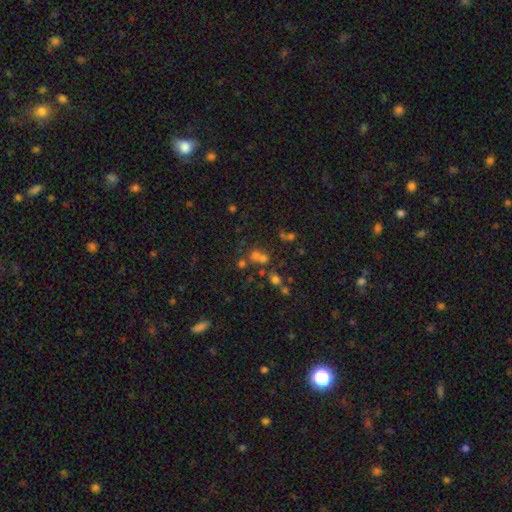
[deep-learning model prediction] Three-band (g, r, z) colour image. It shows a smooth galaxy with no disk features (53%) that is round (77%). Merging: none (45%).